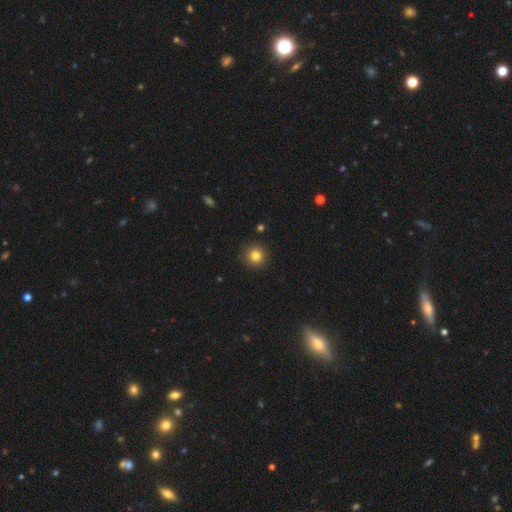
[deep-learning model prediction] smooth_or_featured: smooth (p=0.81) [alt: star or artifact p=0.12]
how_rounded: round (p=0.95) [alt: in between p=0.04]
merging: none (p=0.92) [alt: minor disturbance p=0.05]